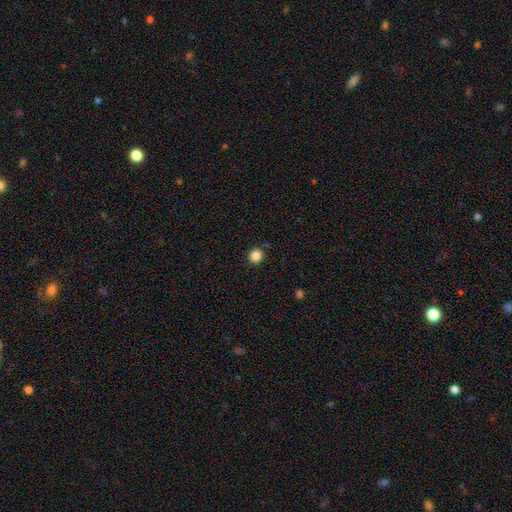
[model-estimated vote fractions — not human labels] smooth 86%, star or artifact 11%, featured or disk 3%. Down the decision tree: how rounded — round (88%); merging — none (90%).